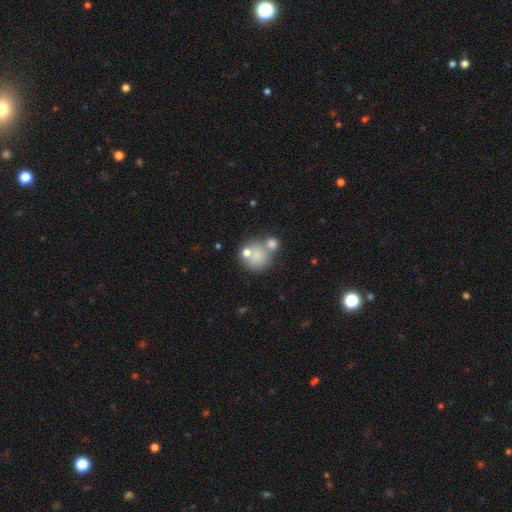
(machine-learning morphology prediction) Smooth or featured?
  - smooth: 62% *
  - featured or disk: 20%
  - star or artifact: 18%
How rounded?
  - round: 81% *
  - in between: 18%
  - cigar-shaped: 1%
Merging?
  - none: 47% *
  - merger: 32%
  - minor disturbance: 13%
  - major disturbance: 8%